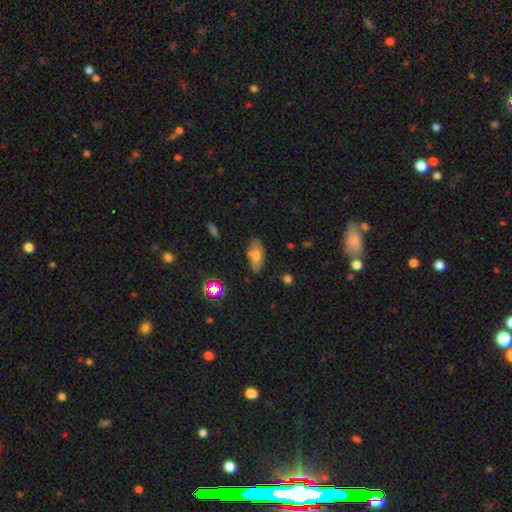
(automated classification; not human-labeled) Smooth or featured? smooth (65%)
How rounded? in between (84%)
Merging? none (73%)